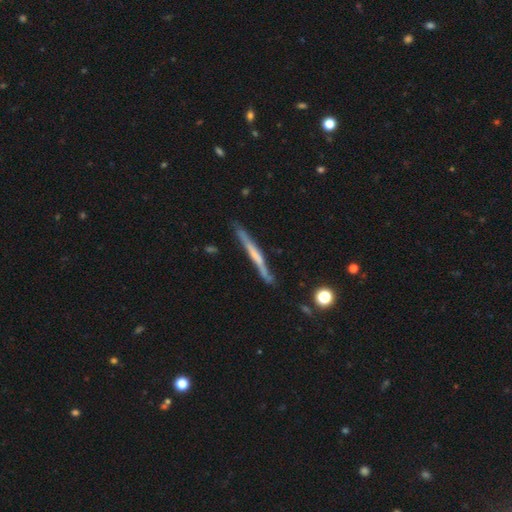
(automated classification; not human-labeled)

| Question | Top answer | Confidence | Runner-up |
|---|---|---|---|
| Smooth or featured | featured or disk | 57% | smooth (37%) |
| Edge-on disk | yes | 95% | no (5%) |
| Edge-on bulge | none | 71% | rounded (17%) |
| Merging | none | 81% | minor disturbance (14%) |